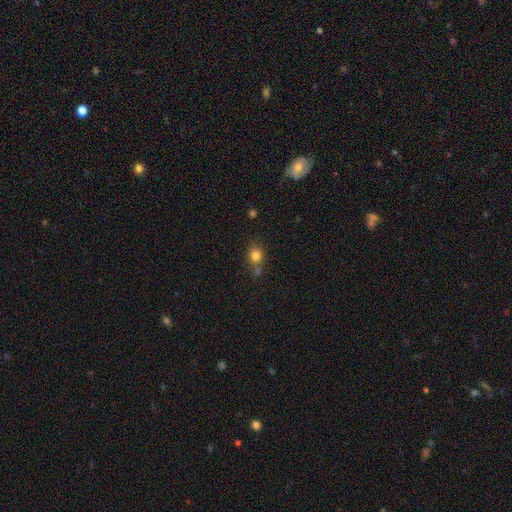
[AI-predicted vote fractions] smooth 80%, star or artifact 12%, featured or disk 8%. Down the decision tree: how rounded — round (70%); merging — none (63%).